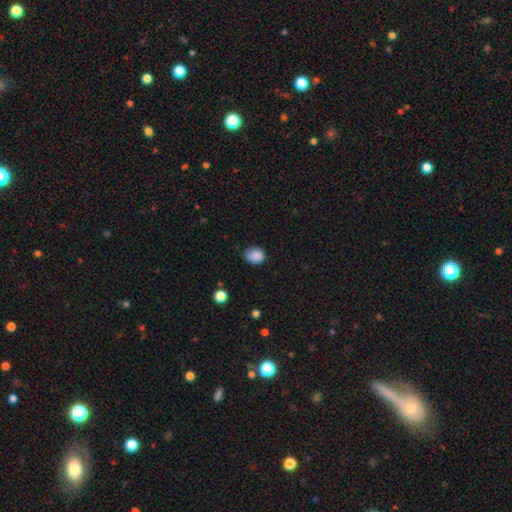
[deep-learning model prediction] This is clearly a smooth galaxy (87%). How rounded: possibly in between (54%). Merging: likely none (72%).